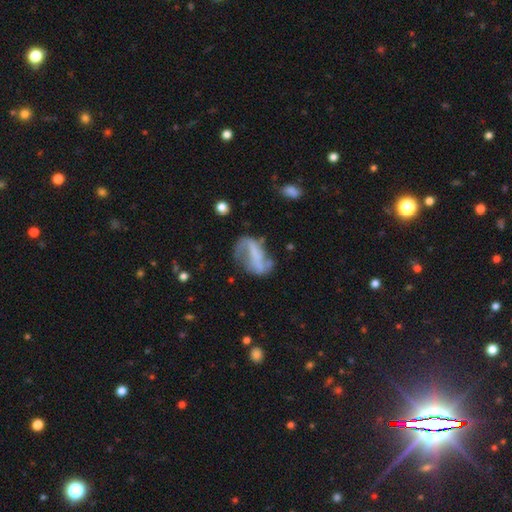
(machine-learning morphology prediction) A featured or disk galaxy (68%) with a strong bar (45%), spiral arms (69%) and no central bulge (59%).

Vote fractions:
- Smooth or featured? featured or disk: 68% / smooth: 23% / star or artifact: 10%
- Edge-on disk? no: 94% / yes: 6%
- Bar? strong: 45% / no: 28% / weak: 27%
- Spiral arms? yes: 69% / no: 31%
- Bulge size? none: 59% / small: 25% / moderate: 11% / large: 4% / dominant: 2%
- Merging? none: 44% / major disturbance: 26% / minor disturbance: 24% / merger: 7%